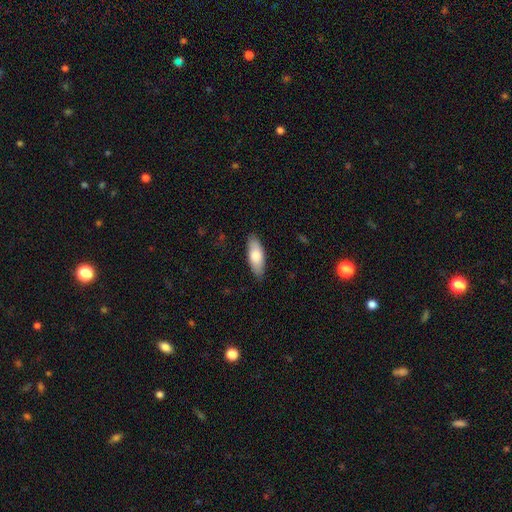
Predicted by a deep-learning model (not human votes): This is likely a smooth galaxy (78%). How rounded: likely in between (75%). Merging: clearly none (87%).